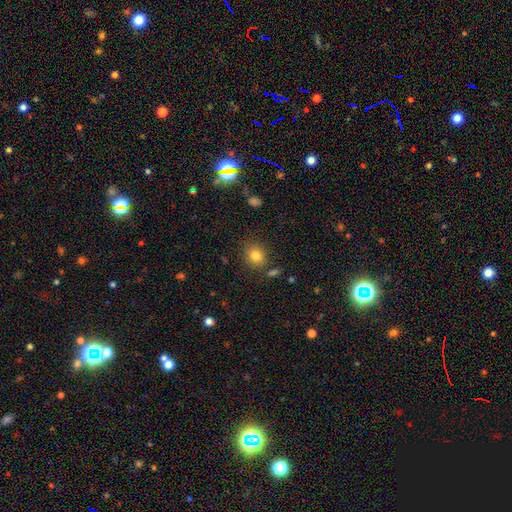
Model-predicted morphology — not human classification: This is clearly a smooth galaxy (81%). How rounded: likely round (73%). Merging: clearly none (82%).